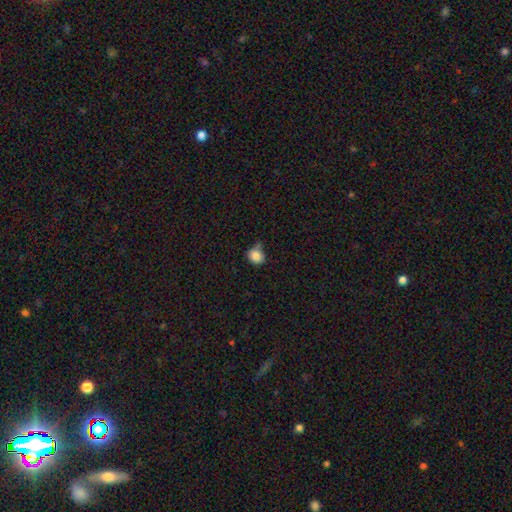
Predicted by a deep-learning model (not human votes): Q: Smooth or featured?
A: smooth (83%); runner-up: star or artifact (10%)
Q: How rounded?
A: round (68%); runner-up: in between (31%)
Q: Merging?
A: none (55%); runner-up: minor disturbance (30%)